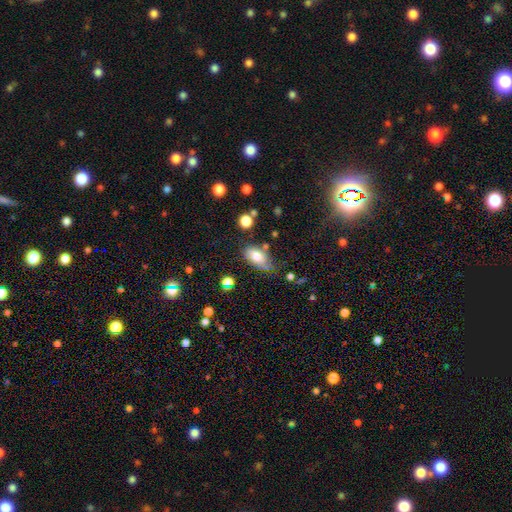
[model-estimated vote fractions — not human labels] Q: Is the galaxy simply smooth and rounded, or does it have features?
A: smooth — 71%.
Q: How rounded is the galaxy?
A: in between — 91%.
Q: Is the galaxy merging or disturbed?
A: none — 52%.